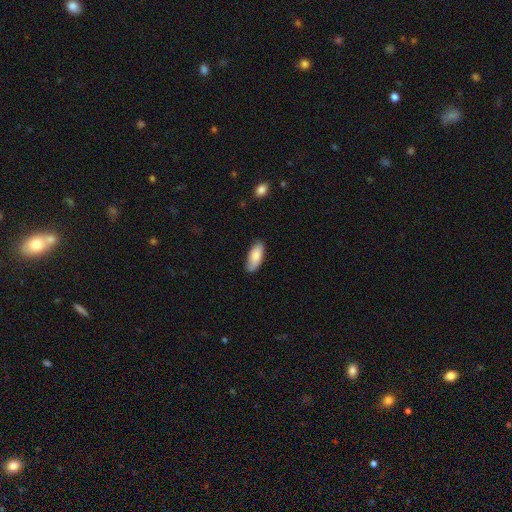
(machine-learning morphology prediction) The model was most divided on "how rounded": in between: 81%, cigar-shaped: 17%, round: 2%. More confident: merging — none (84%); smooth or featured — smooth (84%).